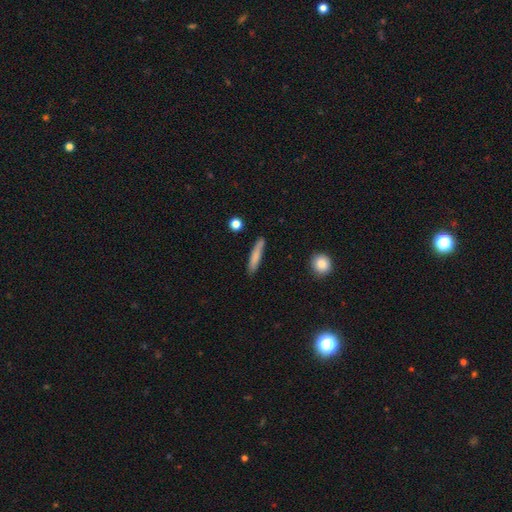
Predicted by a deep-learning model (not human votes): The model was most divided on "smooth or featured": smooth: 77%, featured or disk: 17%, star or artifact: 6%. More confident: how rounded — cigar-shaped (92%); merging — none (84%).